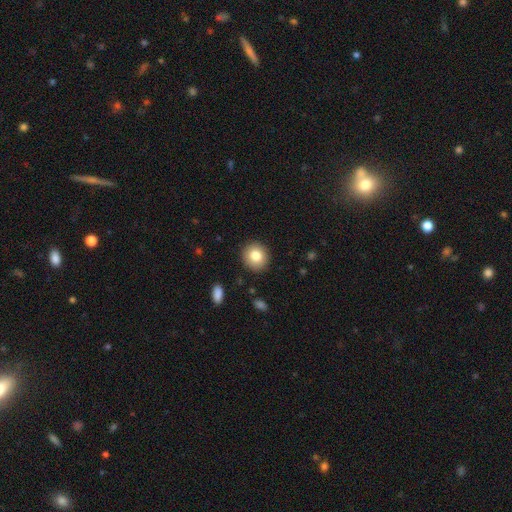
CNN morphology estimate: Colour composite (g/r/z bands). It shows a smooth galaxy with no disk features (81%) that is round (85%). Merging: none (90%).